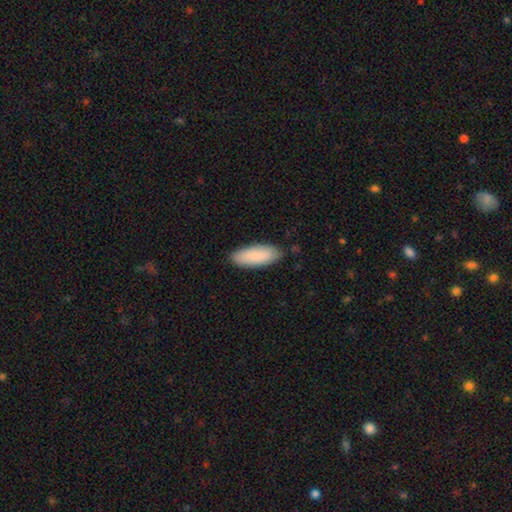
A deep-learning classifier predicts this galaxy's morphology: A smooth galaxy with no disk features (89%) that is in between round and cigar-shaped (74%).

Vote fractions:
- Smooth or featured? smooth: 89% / star or artifact: 5% / featured or disk: 5%
- How rounded? in between: 74% / cigar-shaped: 25% / round: 1%
- Merging? none: 86% / minor disturbance: 11% / major disturbance: 2% / merger: 1%